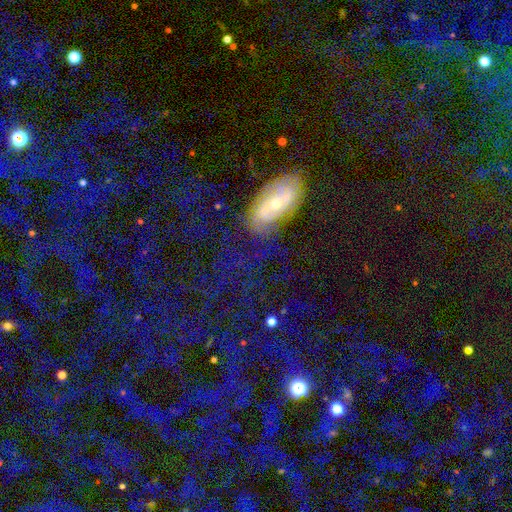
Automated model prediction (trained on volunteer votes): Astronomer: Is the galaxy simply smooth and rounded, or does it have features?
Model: featured or disk — 43% (runner-up: star or artifact, 29%).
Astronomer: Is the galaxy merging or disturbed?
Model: none — 63%.